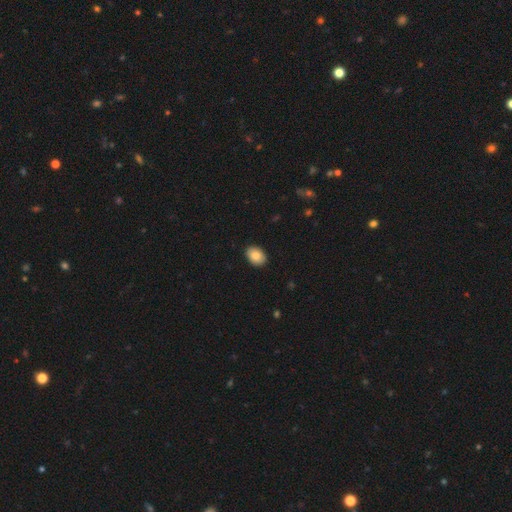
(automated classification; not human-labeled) Smooth or featured: smooth — 85% (featured or disk — 7%)
How rounded: in between — 78% (round — 21%)
Merging: none — 90% (minor disturbance — 7%)